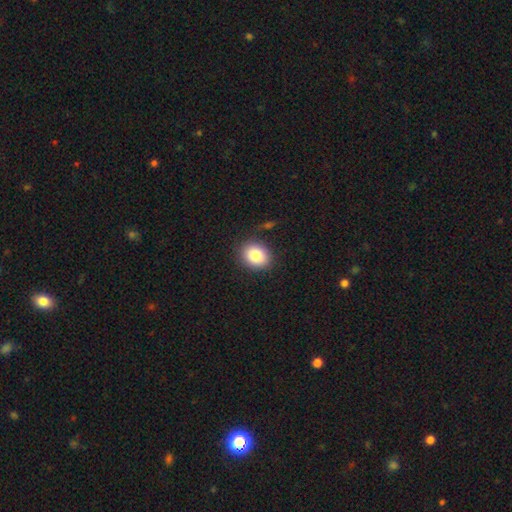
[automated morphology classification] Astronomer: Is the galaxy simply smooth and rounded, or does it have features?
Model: smooth — 85%.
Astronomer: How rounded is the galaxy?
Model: round — 56% (runner-up: in between, 43%).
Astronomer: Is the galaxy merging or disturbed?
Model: none — 85%.